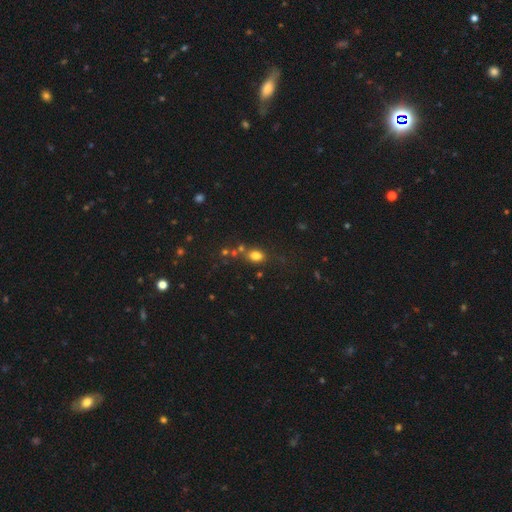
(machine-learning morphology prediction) Smooth or featured?
  - smooth: 76% *
  - star or artifact: 16%
  - featured or disk: 8%
How rounded?
  - in between: 71% *
  - round: 27%
  - cigar-shaped: 2%
Merging?
  - none: 63% *
  - minor disturbance: 15%
  - merger: 15%
  - major disturbance: 6%